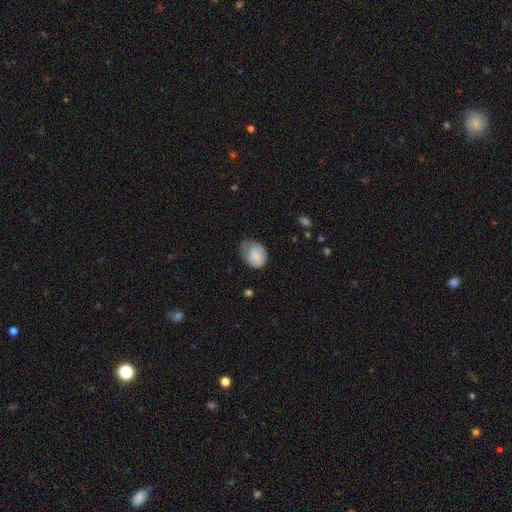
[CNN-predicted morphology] Smooth or featured? smooth (83%)
How rounded? in between (57%)
Merging? minor disturbance (46%)